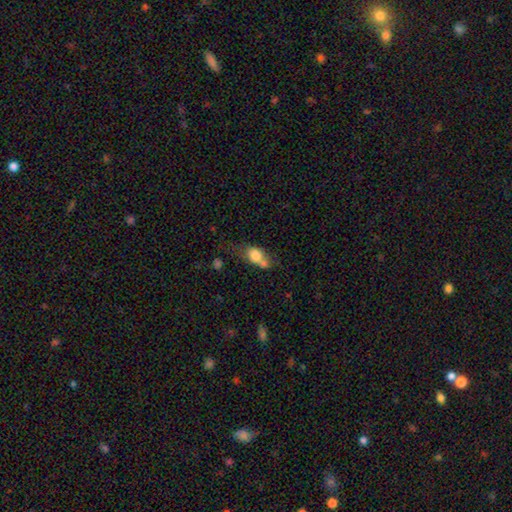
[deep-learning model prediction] This appears to be a smooth galaxy with no disk features (74%) that is in between round and cigar-shaped (64%). Merging: merger (38%).